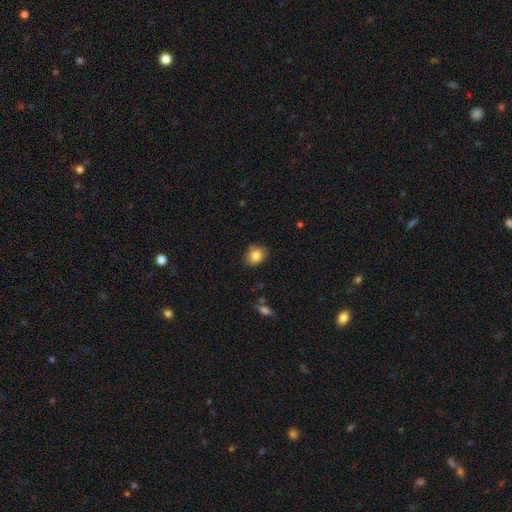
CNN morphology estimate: A smooth galaxy with no disk features (83%) that is in between round and cigar-shaped (50%). Merging: none (78%).